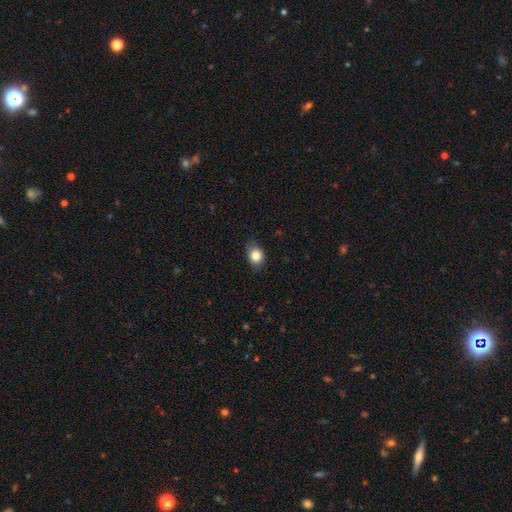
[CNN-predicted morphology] smooth_or_featured: smooth (p=0.83) [alt: star or artifact p=0.09]
how_rounded: in between (p=0.59) [alt: round p=0.40]
merging: none (p=0.77) [alt: minor disturbance p=0.19]